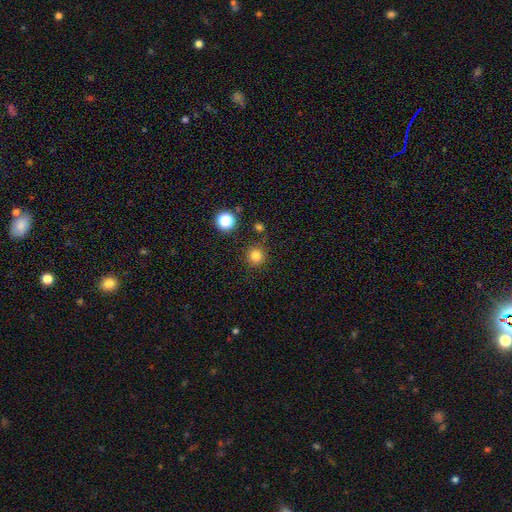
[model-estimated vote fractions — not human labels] The model was most divided on "smooth or featured": smooth: 81%, star or artifact: 14%, featured or disk: 5%. More confident: how rounded — round (94%); merging — none (86%).